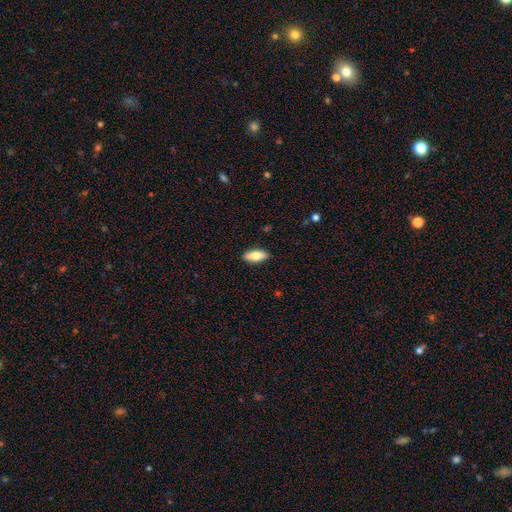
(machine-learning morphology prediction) A smooth galaxy with no disk features (77%) that is in between round and cigar-shaped (78%).

Vote fractions:
- Smooth or featured? smooth: 77% / featured or disk: 17% / star or artifact: 6%
- How rounded? in between: 78% / cigar-shaped: 20% / round: 2%
- Merging? none: 89% / minor disturbance: 8% / major disturbance: 2% / merger: 1%